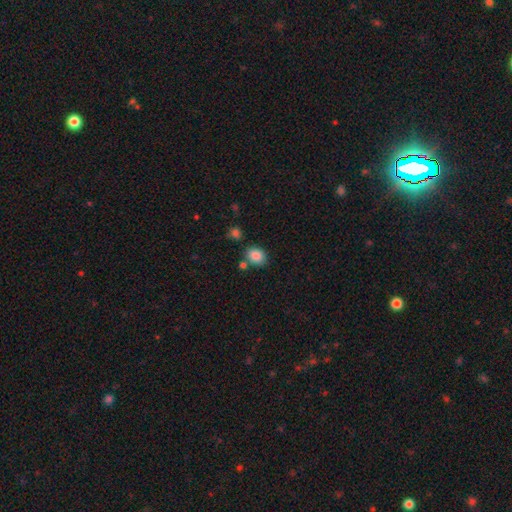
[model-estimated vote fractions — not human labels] Q: Smooth or featured?
A: smooth (86%); runner-up: star or artifact (9%)
Q: How rounded?
A: round (50%); runner-up: in between (49%)
Q: Merging?
A: none (73%); runner-up: minor disturbance (14%)